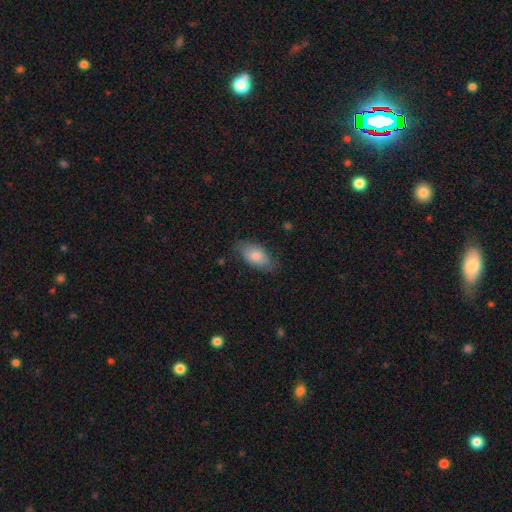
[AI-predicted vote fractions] Q: Smooth or featured?
A: smooth (78%); runner-up: featured or disk (16%)
Q: How rounded?
A: in between (91%); runner-up: cigar-shaped (6%)
Q: Merging?
A: none (78%); runner-up: minor disturbance (17%)